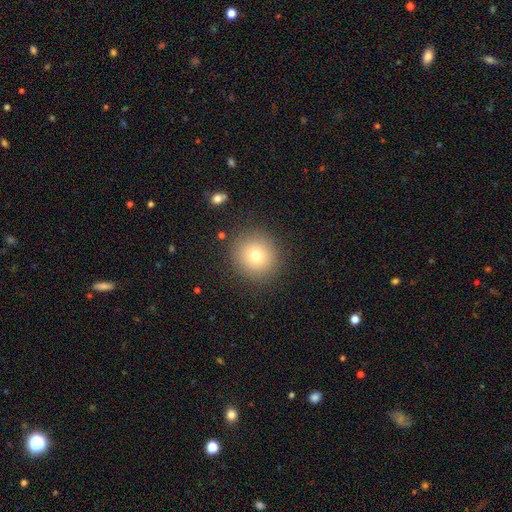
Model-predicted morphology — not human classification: Smooth or featured?
  - smooth: 75% *
  - star or artifact: 13%
  - featured or disk: 12%
How rounded?
  - round: 93% *
  - in between: 6%
  - cigar-shaped: 1%
Merging?
  - none: 88% *
  - minor disturbance: 7%
  - major disturbance: 3%
  - merger: 1%